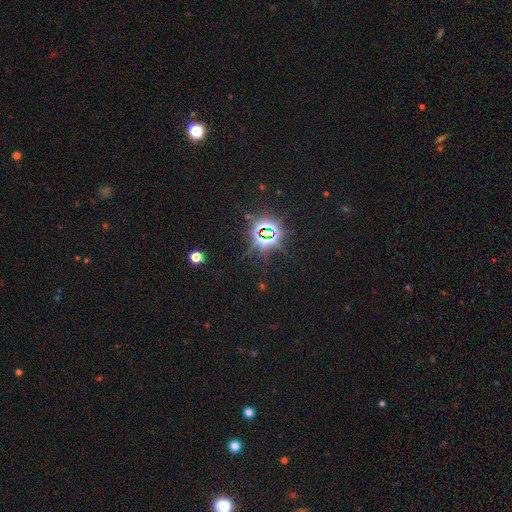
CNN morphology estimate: smooth-or-featured: star or artifact: 79% | smooth: 14% | featured or disk: 7%